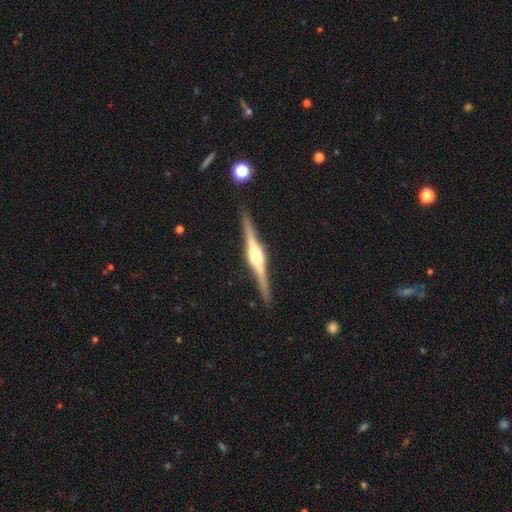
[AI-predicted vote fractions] Morphology: type=featured or disk (86%); edge-on=yes (98%); edge-on bulge=rounded (89%); merging=none (90%).